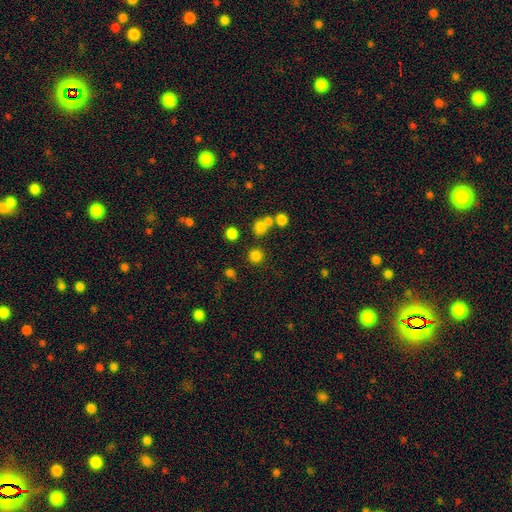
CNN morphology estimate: This is likely a smooth galaxy (77%). How rounded: clearly round (91%). Merging: likely none (78%).